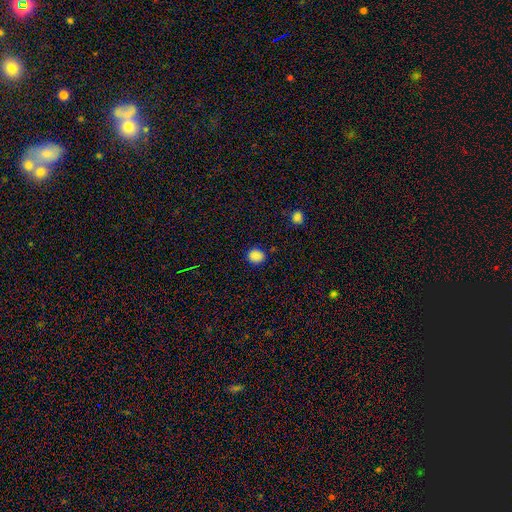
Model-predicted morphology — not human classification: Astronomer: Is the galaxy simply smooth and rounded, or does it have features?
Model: smooth — 87%.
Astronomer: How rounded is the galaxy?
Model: round — 76%.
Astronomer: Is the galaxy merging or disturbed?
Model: none — 86%.